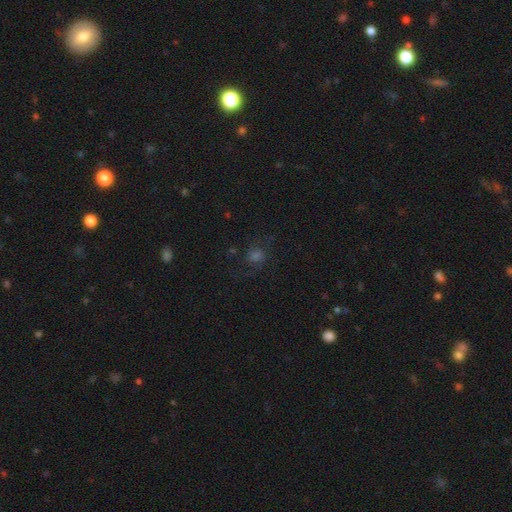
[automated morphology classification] type=smooth (45%); merging=none (65%).